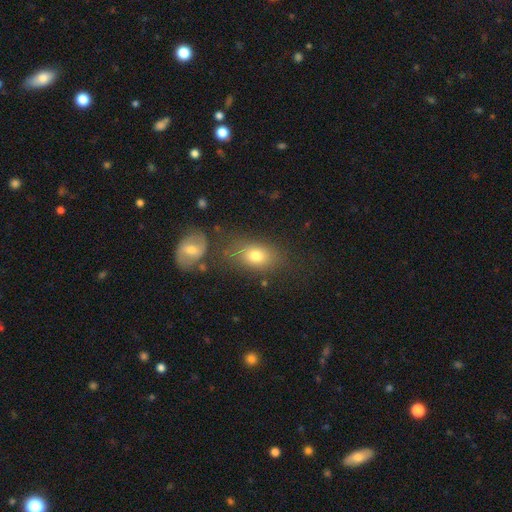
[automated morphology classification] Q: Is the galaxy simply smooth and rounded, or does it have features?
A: smooth — 74%.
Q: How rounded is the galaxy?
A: in between — 76%.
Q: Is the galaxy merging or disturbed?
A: none — 65%.